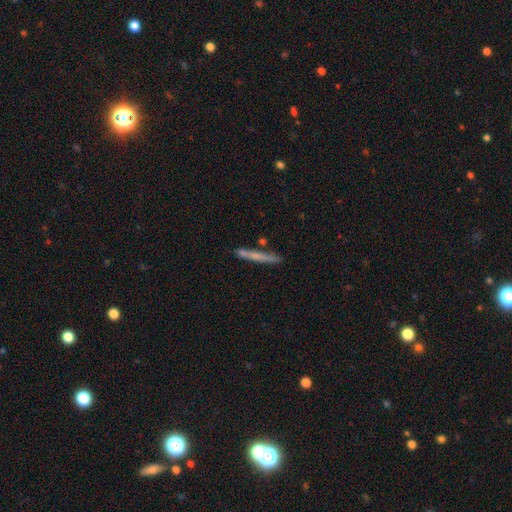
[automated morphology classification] A smooth galaxy with no disk features (58%) that is cigar-shaped (96%).

Vote fractions:
- Smooth or featured? smooth: 58% / featured or disk: 35% / star or artifact: 8%
- How rounded? cigar-shaped: 96% / in between: 3% / round: 2%
- Merging? none: 78% / minor disturbance: 13% / merger: 6% / major disturbance: 3%